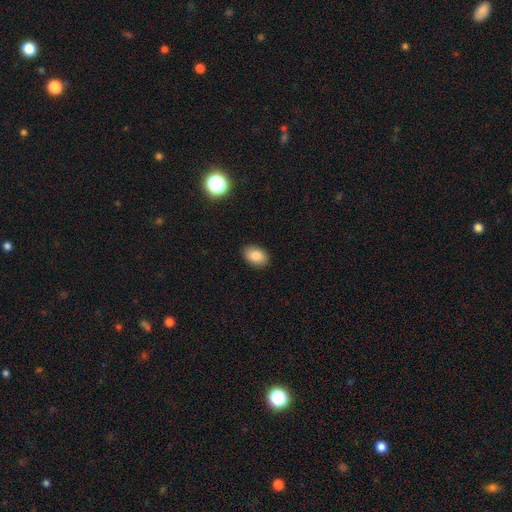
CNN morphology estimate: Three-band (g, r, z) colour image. It shows a smooth galaxy with no disk features (86%) that is in between round and cigar-shaped (86%). Merging: none (89%).